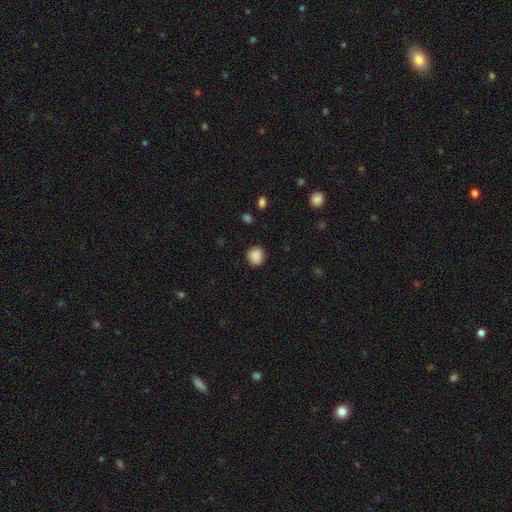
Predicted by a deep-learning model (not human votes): Overall: smooth (88%). How rounded: round (82%). Merging: none (87%).